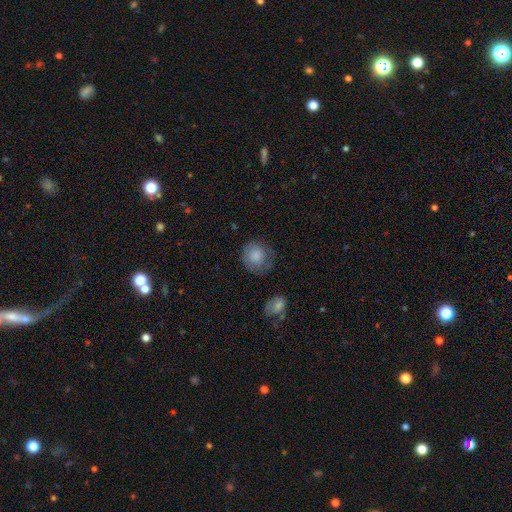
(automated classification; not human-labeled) Smooth or featured: smooth — 79% (featured or disk — 14%)
How rounded: round — 86% (in between — 13%)
Merging: none — 65% (minor disturbance — 23%)